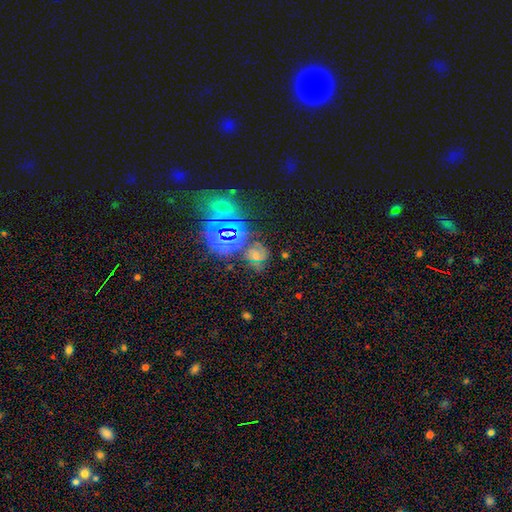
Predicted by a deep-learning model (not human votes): smooth_or_featured: star or artifact (p=0.45) [alt: smooth p=0.33]